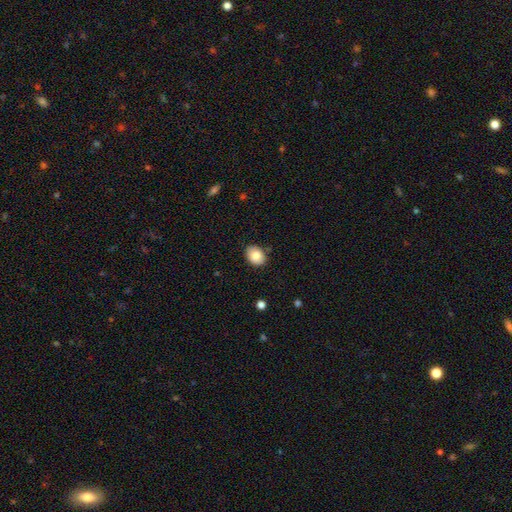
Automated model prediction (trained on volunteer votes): Q: Smooth or featured?
A: smooth (82%); runner-up: featured or disk (9%)
Q: How rounded?
A: in between (63%); runner-up: round (36%)
Q: Merging?
A: none (84%); runner-up: minor disturbance (12%)